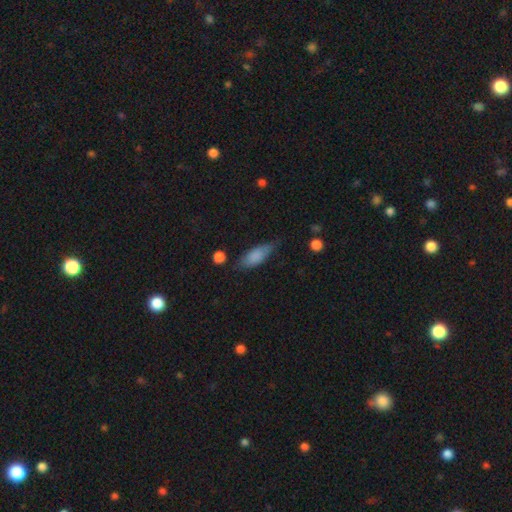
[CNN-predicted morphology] Q: Smooth or featured?
A: smooth (81%); runner-up: featured or disk (12%)
Q: How rounded?
A: in between (74%); runner-up: cigar-shaped (23%)
Q: Merging?
A: none (63%); runner-up: minor disturbance (27%)